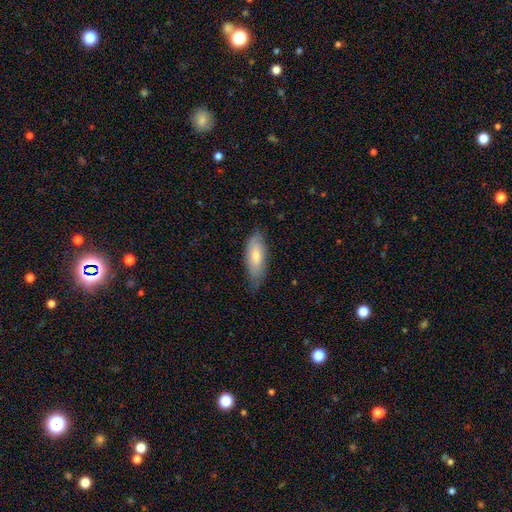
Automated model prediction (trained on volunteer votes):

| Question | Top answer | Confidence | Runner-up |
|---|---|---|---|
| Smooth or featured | smooth | 64% | featured or disk (29%) |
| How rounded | in between | 66% | cigar-shaped (32%) |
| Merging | none | 72% | minor disturbance (23%) |